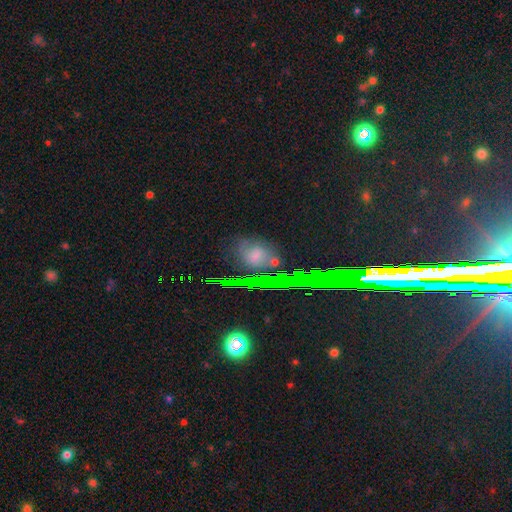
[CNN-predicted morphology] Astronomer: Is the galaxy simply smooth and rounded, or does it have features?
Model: smooth — 44% (runner-up: star or artifact, 30%).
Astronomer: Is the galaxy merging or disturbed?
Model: none — 67%.